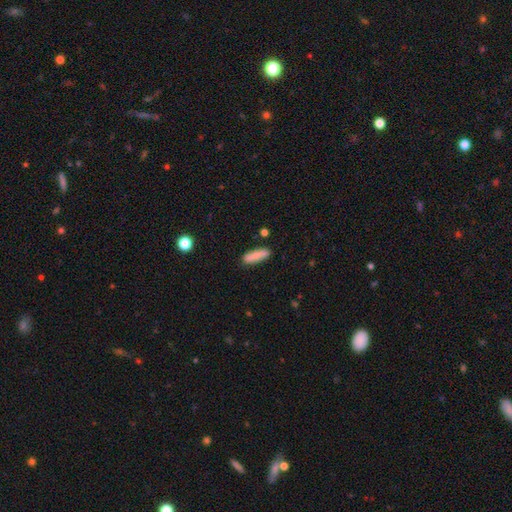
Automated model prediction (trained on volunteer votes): Smooth or featured? smooth (83%)
How rounded? cigar-shaped (57%)
Merging? none (81%)